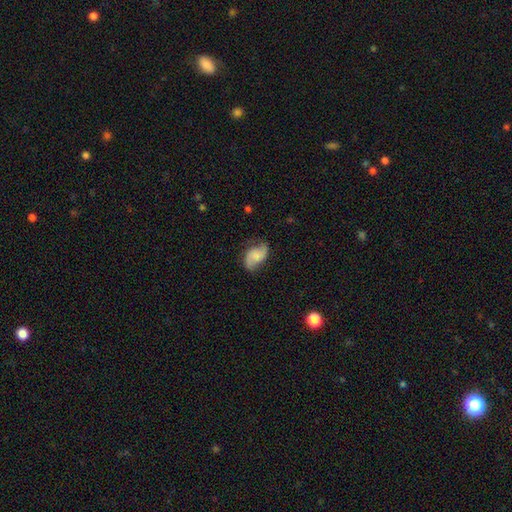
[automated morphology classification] This is possibly a featured or disk galaxy (52%). It is clearly not viewed edge-on (97%). Bar: likely no (64%). Spiral arm pattern: clearly yes (91%). Central bulge: marginally small (42%). Merging: likely none (67%).